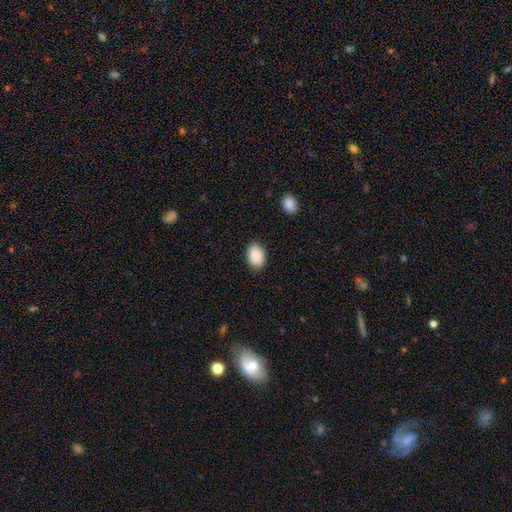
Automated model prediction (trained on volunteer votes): Overall: smooth (89%). How rounded: in between (84%). Merging: none (86%).